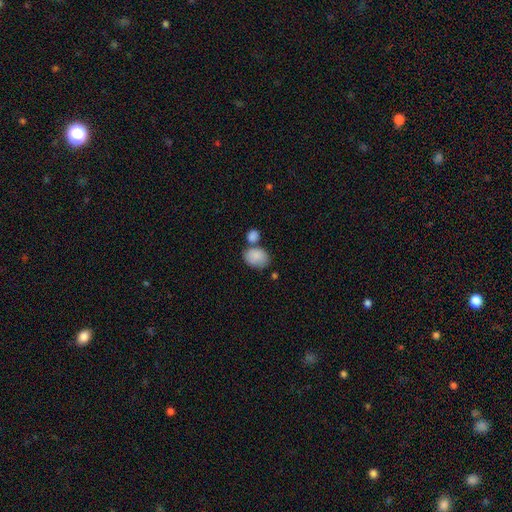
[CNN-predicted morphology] Smooth or featured? Predicted: smooth (p=0.86). How rounded? Predicted: in between (p=0.77). Merging? Predicted: none (p=0.52).